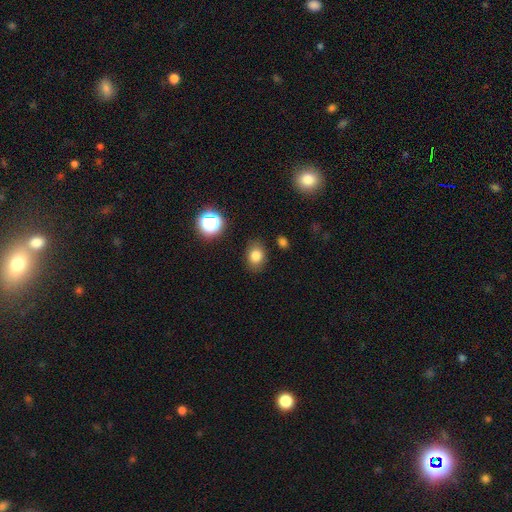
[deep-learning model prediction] Smooth or featured? smooth (80%)
How rounded? in between (63%)
Merging? none (84%)